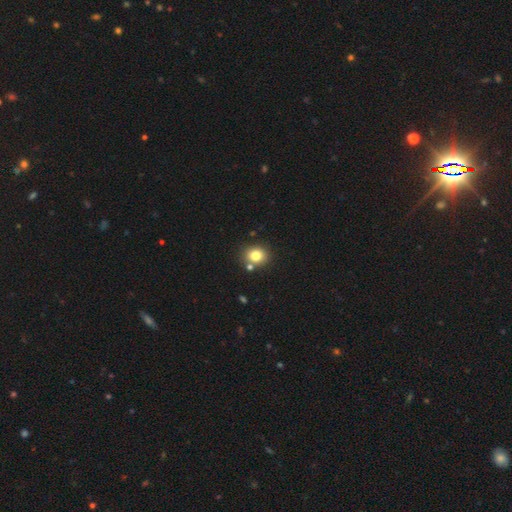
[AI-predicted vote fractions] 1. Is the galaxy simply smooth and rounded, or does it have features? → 80% smooth, 12% star or artifact, 9% featured or disk.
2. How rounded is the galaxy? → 69% round, 30% in between, 1% cigar-shaped.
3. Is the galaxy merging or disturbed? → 77% none, 11% merger, 10% minor disturbance, 3% major disturbance.